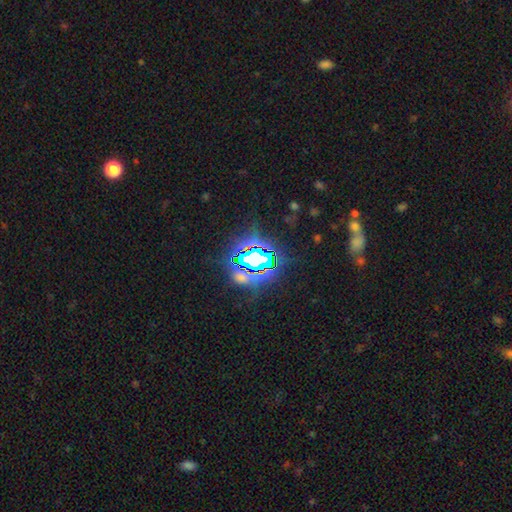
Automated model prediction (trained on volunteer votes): Smooth or featured? Predicted: star or artifact (p=0.76).